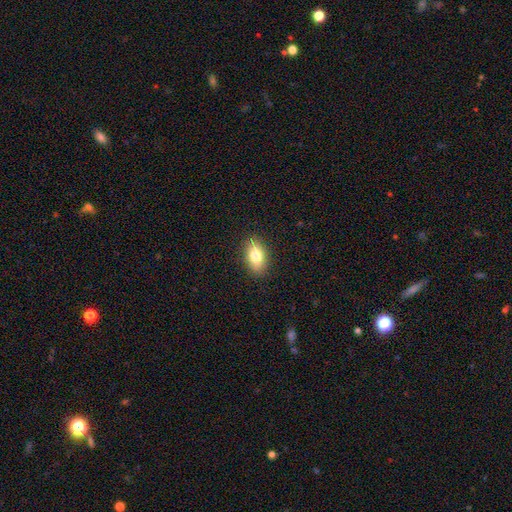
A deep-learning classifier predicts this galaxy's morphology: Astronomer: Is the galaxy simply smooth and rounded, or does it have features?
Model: smooth — 78%.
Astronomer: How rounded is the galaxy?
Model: in between — 85%.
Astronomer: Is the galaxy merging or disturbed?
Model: none — 87%.